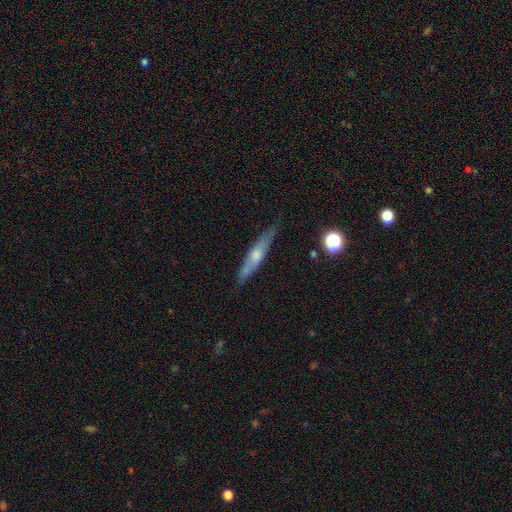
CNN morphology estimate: Smooth or featured?
  - featured or disk: 56% *
  - smooth: 38%
  - star or artifact: 7%
Edge-on disk?
  - yes: 89% *
  - no: 11%
Merging?
  - none: 80% *
  - minor disturbance: 15%
  - major disturbance: 3%
  - merger: 2%